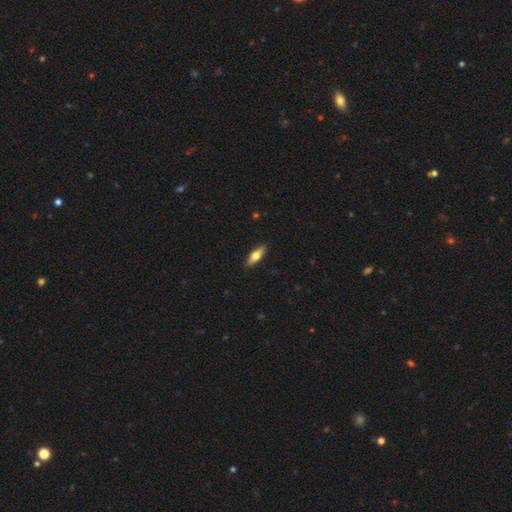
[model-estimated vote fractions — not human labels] Smooth or featured?
  - smooth: 53% *
  - featured or disk: 41%
  - star or artifact: 6%
How rounded?
  - cigar-shaped: 49% * (tied)
  - in between: 49% * (tied)
  - round: 3%
Merging?
  - none: 90% *
  - minor disturbance: 7%
  - major disturbance: 2%
  - merger: 1%